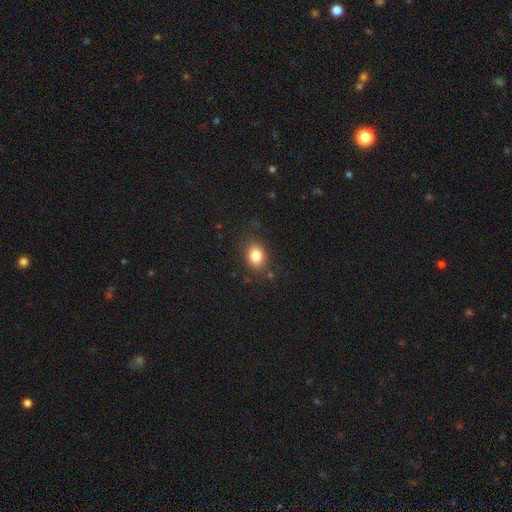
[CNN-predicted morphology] The model was most divided on "how rounded": in between: 60%, round: 39%, cigar-shaped: 1%. More confident: smooth or featured — smooth (83%); merging — none (82%).